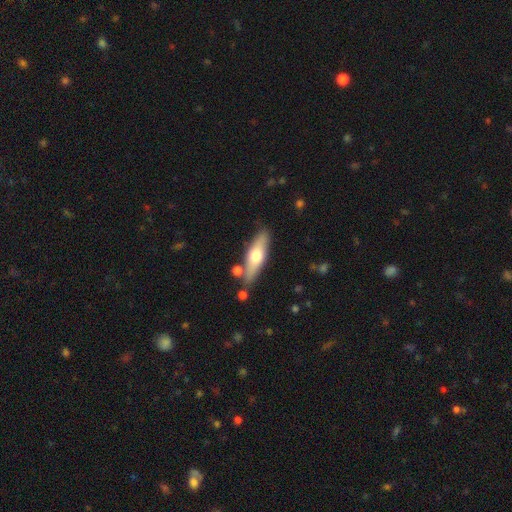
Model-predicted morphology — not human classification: smooth_or_featured: smooth (p=0.51) [alt: featured or disk p=0.43]
how_rounded: cigar-shaped (p=0.59) [alt: in between p=0.38]
merging: none (p=0.79) [alt: minor disturbance p=0.12]